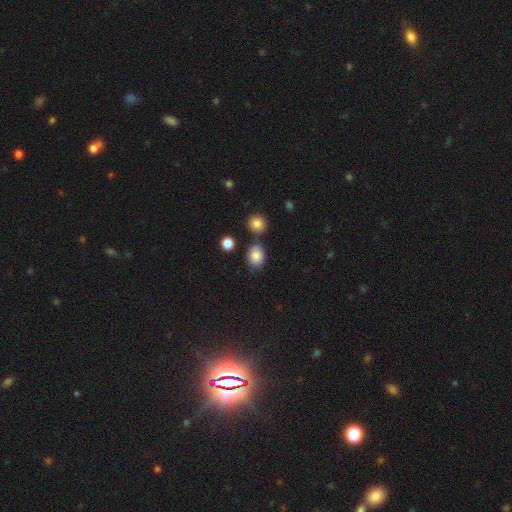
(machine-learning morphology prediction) The model was most divided on "how rounded": round: 51%, in between: 48%, cigar-shaped: 1%. More confident: smooth or featured — smooth (83%); merging — none (72%).